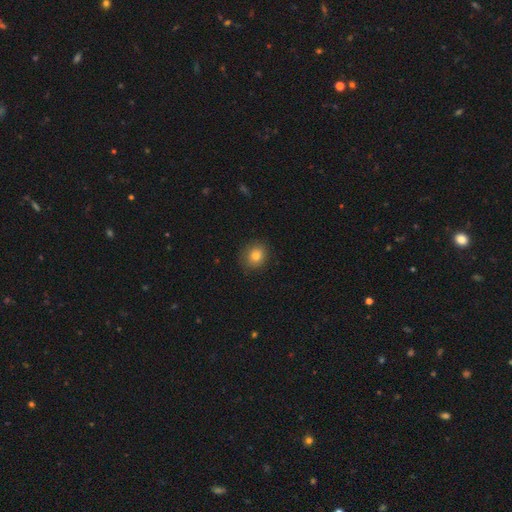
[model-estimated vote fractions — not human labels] A smooth galaxy with no disk features (81%) that is round (74%). Merging: none (86%).